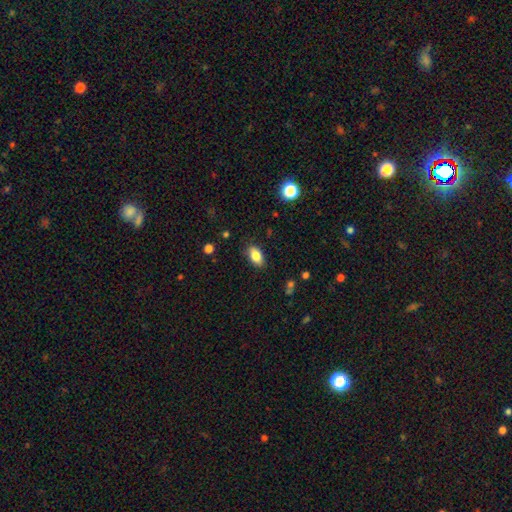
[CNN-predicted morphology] Q: Smooth or featured?
A: smooth (84%); runner-up: star or artifact (8%)
Q: How rounded?
A: in between (90%); runner-up: round (7%)
Q: Merging?
A: none (85%); runner-up: minor disturbance (11%)